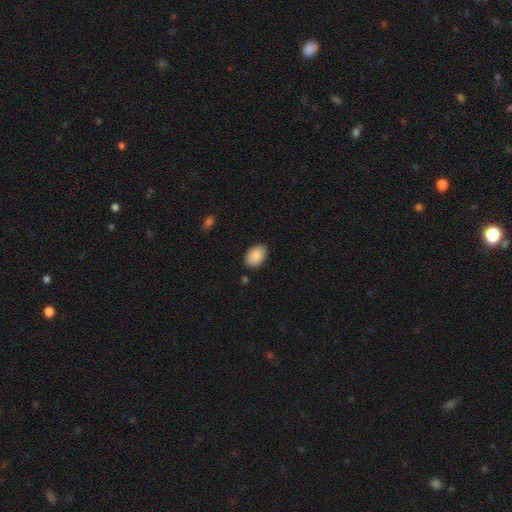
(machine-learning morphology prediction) Smooth or featured?
  - smooth: 89% *
  - star or artifact: 6%
  - featured or disk: 5%
How rounded?
  - in between: 88% *
  - round: 11%
  - cigar-shaped: 1%
Merging?
  - none: 85% *
  - minor disturbance: 11%
  - major disturbance: 2%
  - merger: 2%